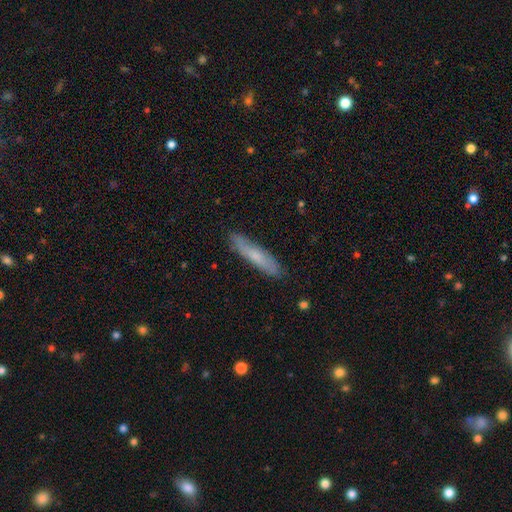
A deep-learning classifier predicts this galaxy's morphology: smooth-or-featured: smooth: 59% | featured or disk: 34% | star or artifact: 7%
  how-rounded: cigar-shaped: 85% | in between: 13% | round: 2%
  merging: none: 84% | minor disturbance: 13% | major disturbance: 2% | merger: 1%